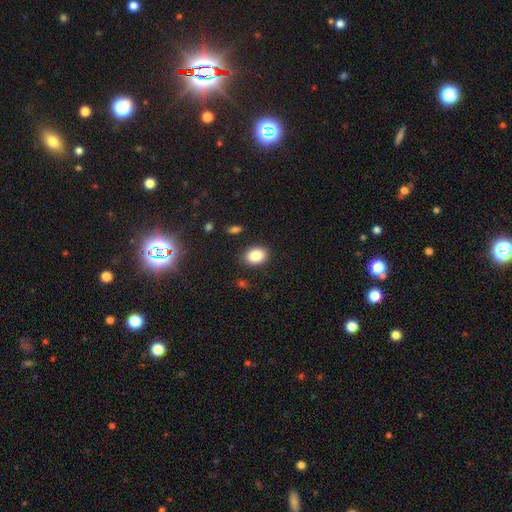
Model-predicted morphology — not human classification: Overall: smooth (85%). How rounded: in between (67%; round 32%). Merging: none (87%).